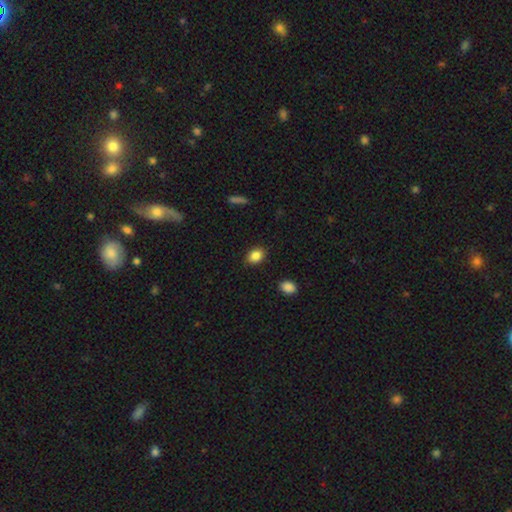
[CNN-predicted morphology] This is clearly a smooth galaxy (86%). How rounded: likely in between (64%). Merging: clearly none (88%).